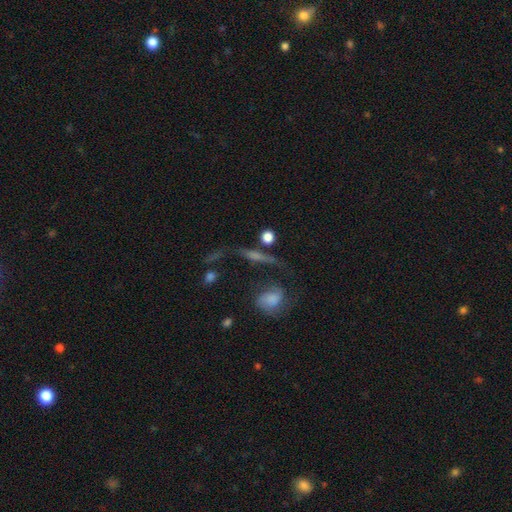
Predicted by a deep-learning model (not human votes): featured or disk 51%, smooth 31%, star or artifact 18%. Down the decision tree: edge-on disk — yes (70%); merging — none (63%).